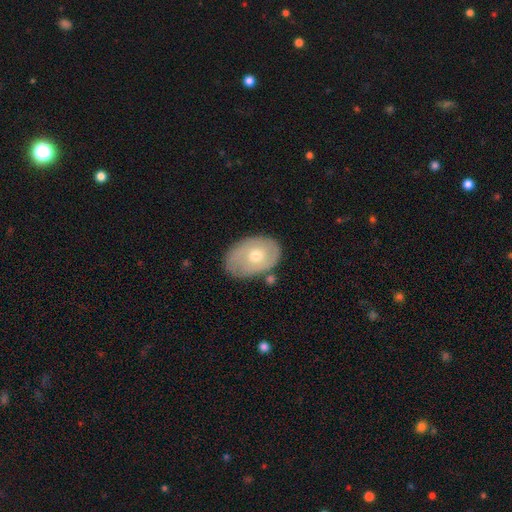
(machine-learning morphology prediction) Smooth or featured? smooth (47%)
Merging? none (70%)